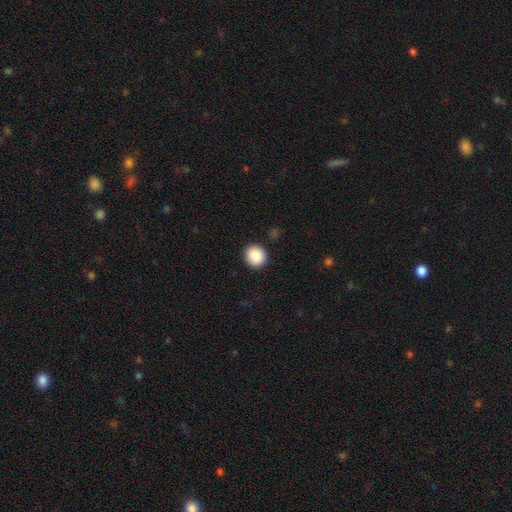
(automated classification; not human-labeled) This is clearly a smooth galaxy (89%). How rounded: clearly round (87%). Merging: clearly none (91%).